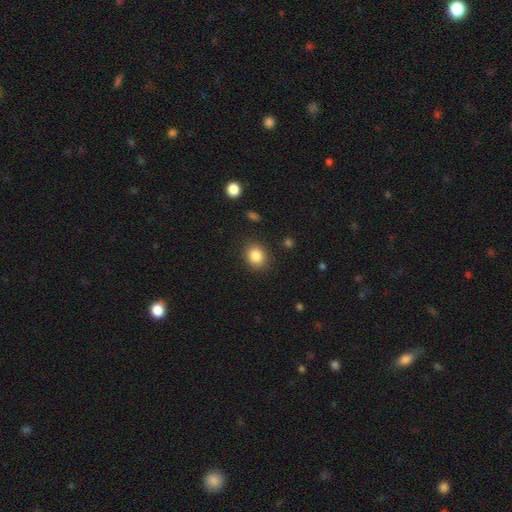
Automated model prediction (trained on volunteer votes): smooth-or-featured: smooth: 85% | star or artifact: 10% | featured or disk: 5%
  how-rounded: round: 67% | in between: 32% | cigar-shaped: 1%
  merging: none: 86% | minor disturbance: 9% | major disturbance: 3% | merger: 2%